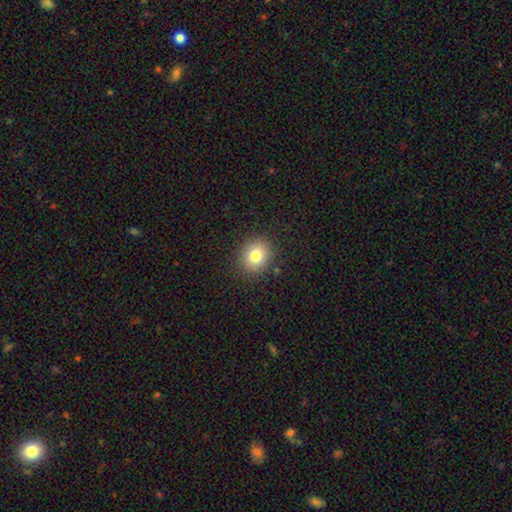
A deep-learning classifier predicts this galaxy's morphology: This is likely a smooth galaxy (80%). How rounded: likely round (68%). Merging: clearly none (88%).